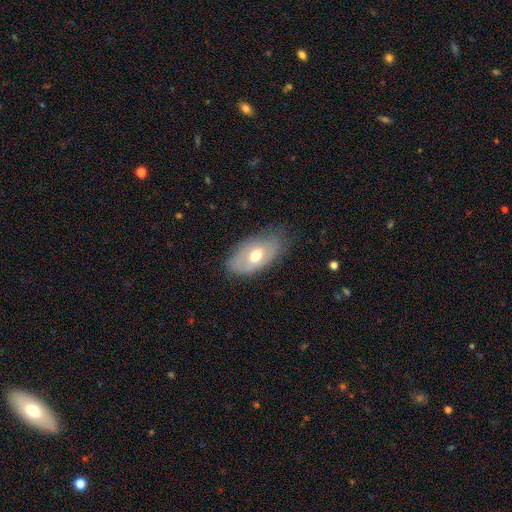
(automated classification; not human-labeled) smooth 53%, featured or disk 41%, star or artifact 6%. Down the decision tree: how rounded — in between (92%); merging — none (70%).